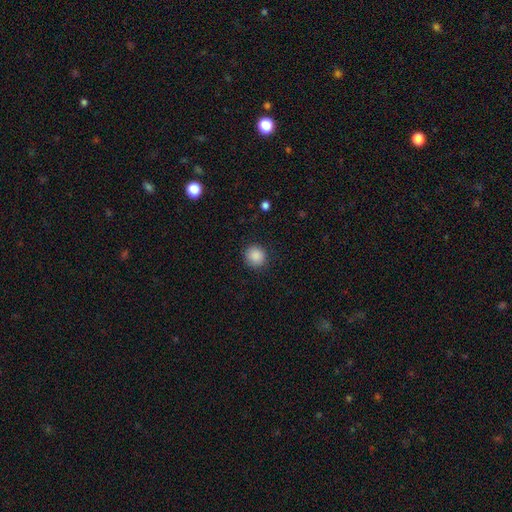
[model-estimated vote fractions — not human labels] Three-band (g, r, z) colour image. It shows a smooth galaxy with no disk features (88%) that is round (91%). Merging: none (88%).